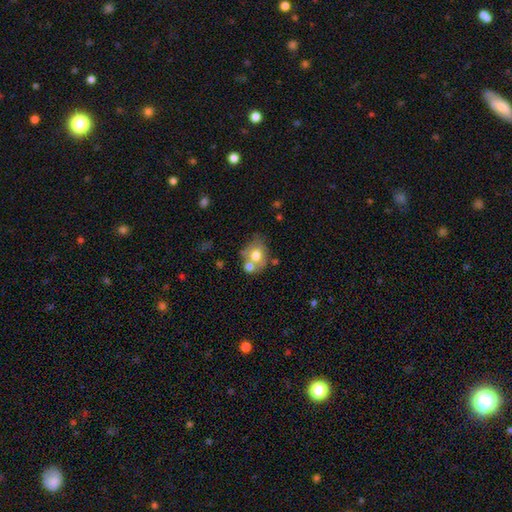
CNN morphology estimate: smooth_or_featured: smooth (p=0.65) [alt: featured or disk p=0.26]
how_rounded: in between (p=0.57) [alt: round p=0.42]
merging: none (p=0.41) [alt: merger p=0.36]